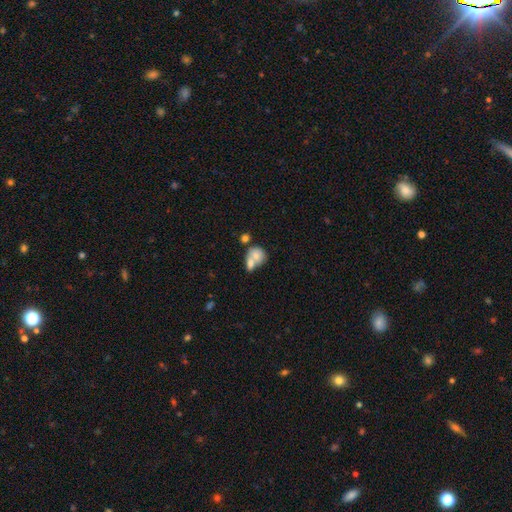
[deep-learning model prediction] smooth-or-featured: smooth: 71% | featured or disk: 20% | star or artifact: 8%
  how-rounded: round: 56% | in between: 42% | cigar-shaped: 1%
  merging: merger: 61% | none: 24% | minor disturbance: 10% | major disturbance: 5%